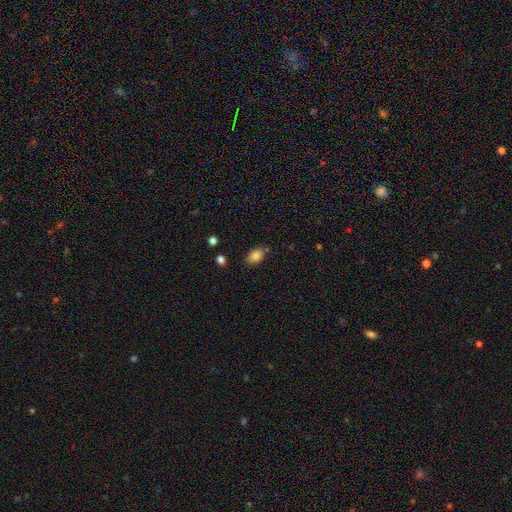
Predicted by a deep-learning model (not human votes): smooth 84%, star or artifact 9%, featured or disk 6%. Down the decision tree: how rounded — in between (83%); merging — none (79%).